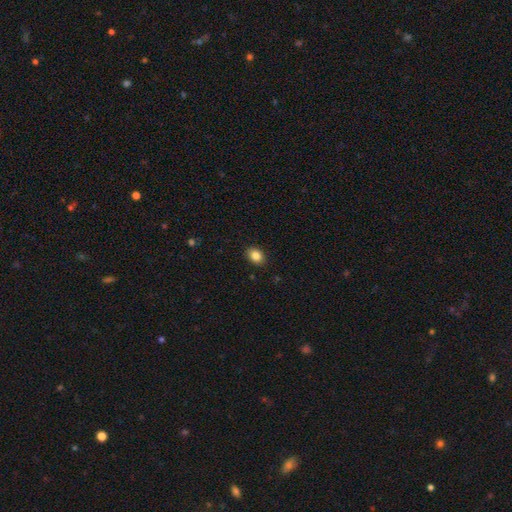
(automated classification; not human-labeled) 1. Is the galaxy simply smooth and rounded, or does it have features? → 86% smooth, 9% star or artifact, 5% featured or disk.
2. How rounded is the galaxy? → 68% in between, 31% round, 1% cigar-shaped.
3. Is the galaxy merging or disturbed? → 89% none, 8% minor disturbance, 2% major disturbance, 1% merger.